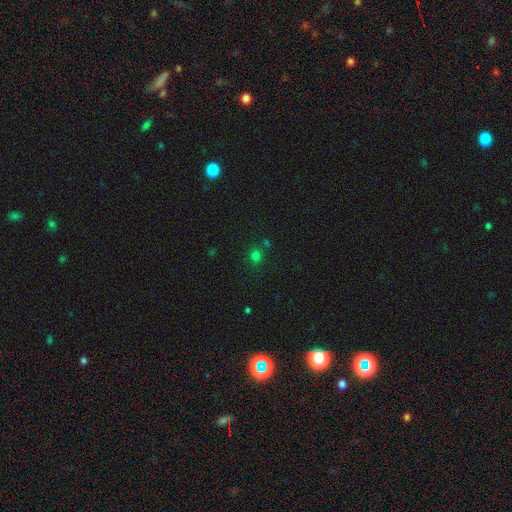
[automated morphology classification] smooth-or-featured: smooth: 69% | star or artifact: 25% | featured or disk: 6%
  how-rounded: round: 75% | in between: 24% | cigar-shaped: 1%
  merging: none: 76% | minor disturbance: 10% | merger: 10% | major disturbance: 3%